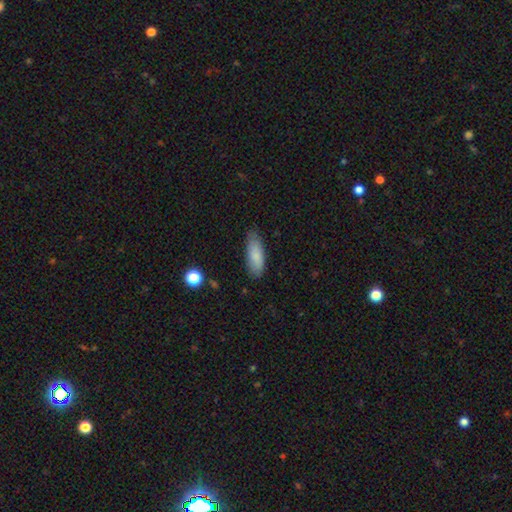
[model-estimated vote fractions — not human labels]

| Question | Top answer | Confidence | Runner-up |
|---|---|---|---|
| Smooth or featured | smooth | 85% | featured or disk (9%) |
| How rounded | in between | 64% | cigar-shaped (34%) |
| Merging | none | 79% | minor disturbance (17%) |